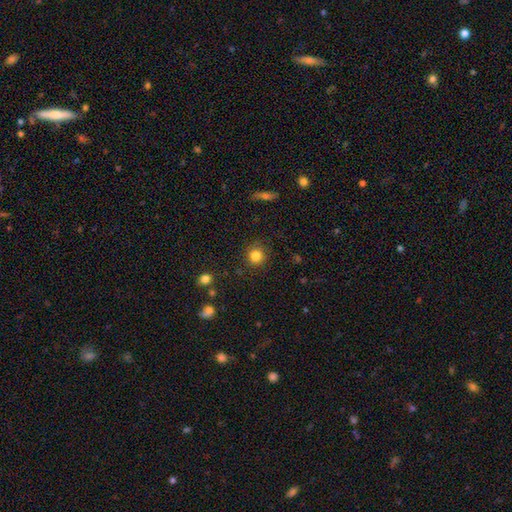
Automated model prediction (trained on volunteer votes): Morphology: type=smooth (83%); roundness=round (92%); merging=none (88%).